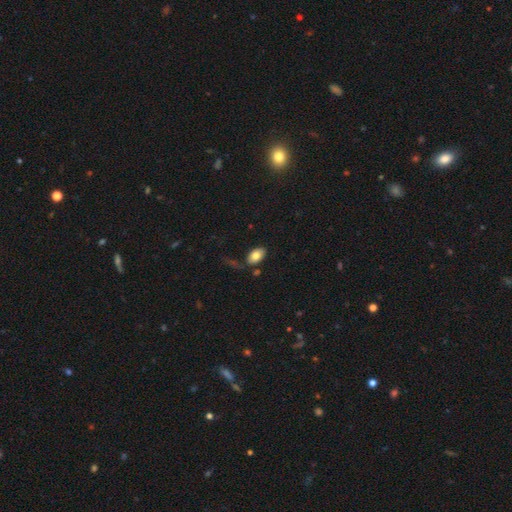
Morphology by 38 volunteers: type=smooth (89%); roundness=in between (91%); merging=none (81%).